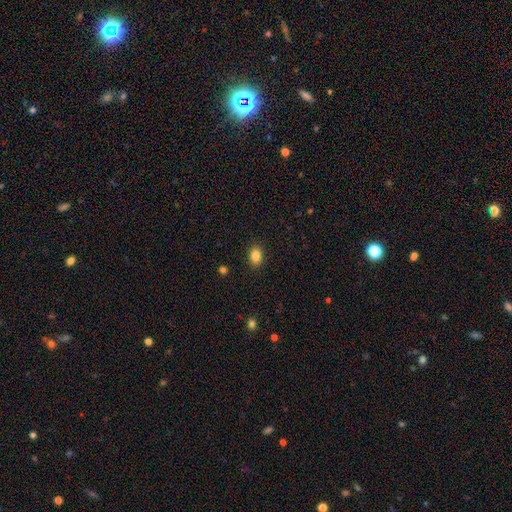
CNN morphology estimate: Smooth or featured? smooth (86%)
How rounded? in between (76%)
Merging? none (89%)